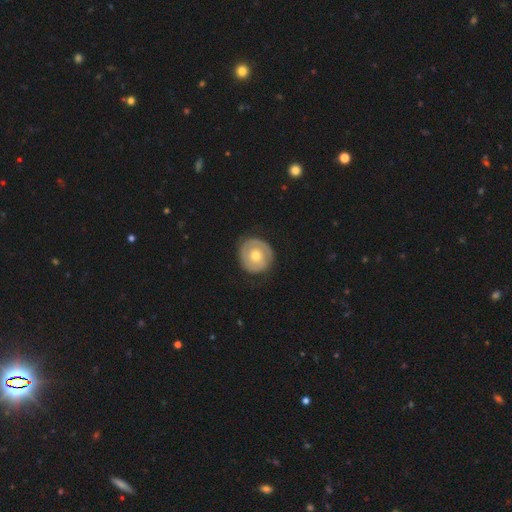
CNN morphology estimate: smooth_or_featured: featured or disk (p=0.55) [alt: smooth p=0.40]
disk_edge_on: no (p=0.97) [alt: yes p=0.03]
bar: no (p=0.81) [alt: weak p=0.15]
has_spiral_arms: yes (p=0.52) [alt: no p=0.48]
bulge_size: moderate (p=0.76) [alt: small p=0.17]
merging: none (p=0.84) [alt: minor disturbance p=0.12]